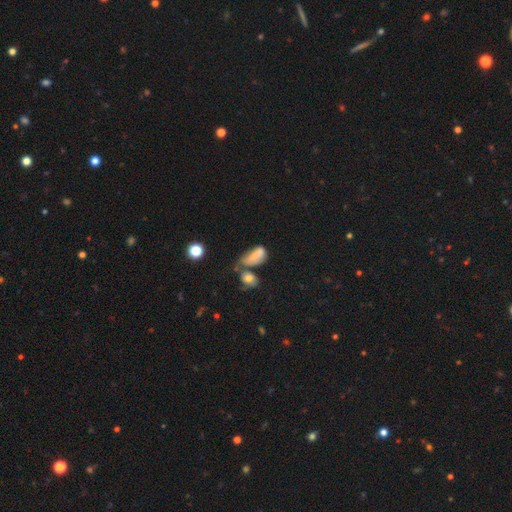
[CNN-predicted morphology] smooth 69%, featured or disk 19%, star or artifact 12%. Down the decision tree: how rounded — in between (84%); merging — merger (38%).